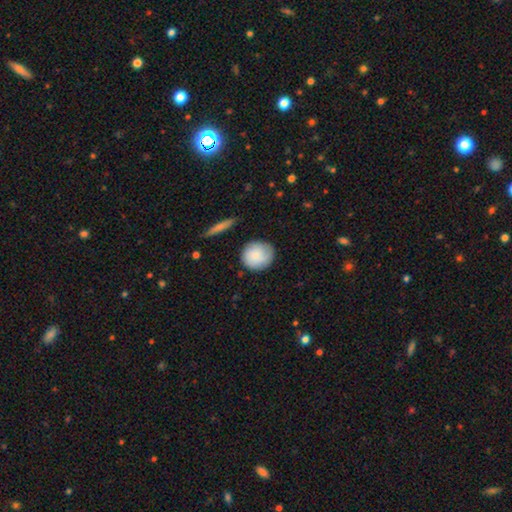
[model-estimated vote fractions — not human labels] Smooth or featured? Predicted: smooth (p=0.81). How rounded? Predicted: round (p=0.88). Merging? Predicted: none (p=0.80).